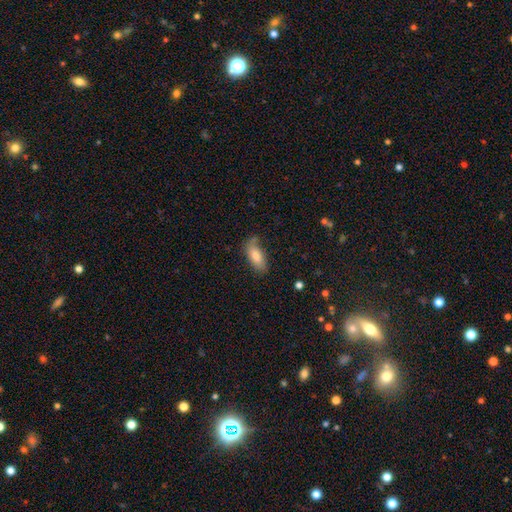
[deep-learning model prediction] This is likely a smooth galaxy (79%). How rounded: clearly in between (82%). Merging: likely none (71%).